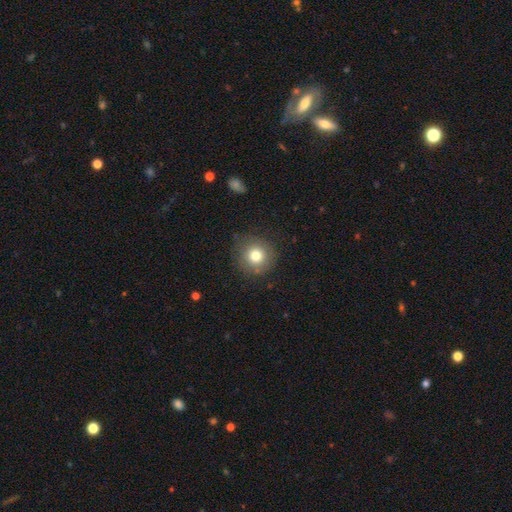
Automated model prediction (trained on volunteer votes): Smooth or featured? Predicted: smooth (p=0.78). How rounded? Predicted: round (p=0.94). Merging? Predicted: none (p=0.84).